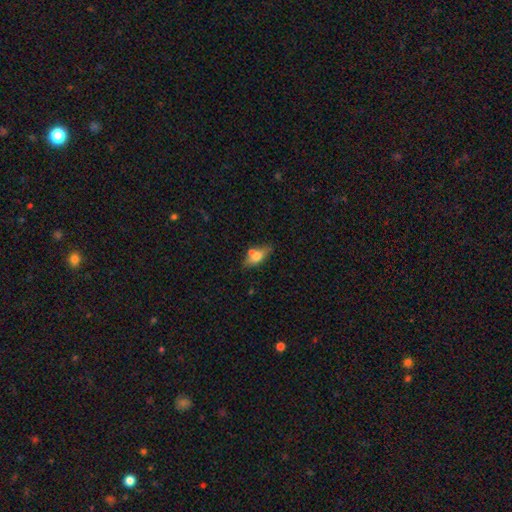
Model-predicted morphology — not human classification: smooth 65%, featured or disk 26%, star or artifact 8%. Down the decision tree: how rounded — in between (74%); merging — none (59%).